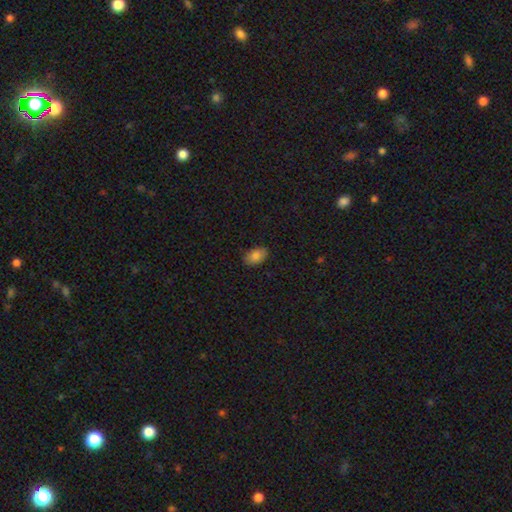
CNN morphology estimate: This appears to be a smooth galaxy with no disk features (84%) that is in between round and cigar-shaped (91%). Merging: none (86%).